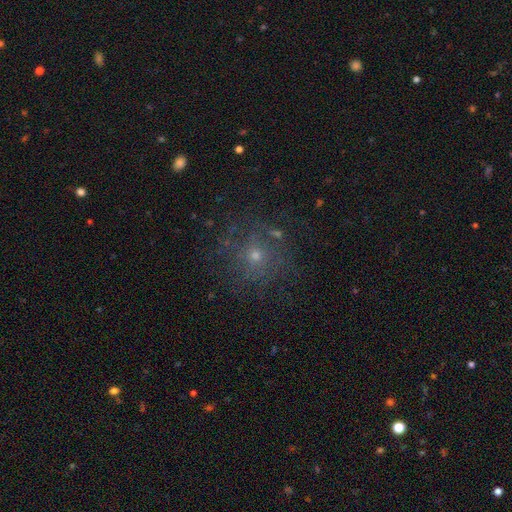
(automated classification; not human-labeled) A smooth galaxy with no disk features (43%). Merging: none (73%).